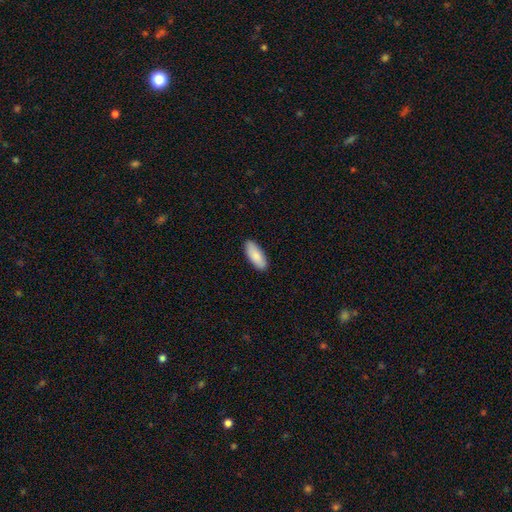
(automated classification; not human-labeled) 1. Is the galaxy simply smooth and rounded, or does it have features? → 86% smooth, 9% featured or disk, 5% star or artifact.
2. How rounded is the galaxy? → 79% in between, 19% cigar-shaped, 2% round.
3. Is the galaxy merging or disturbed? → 90% none, 8% minor disturbance, 2% major disturbance, 1% merger.